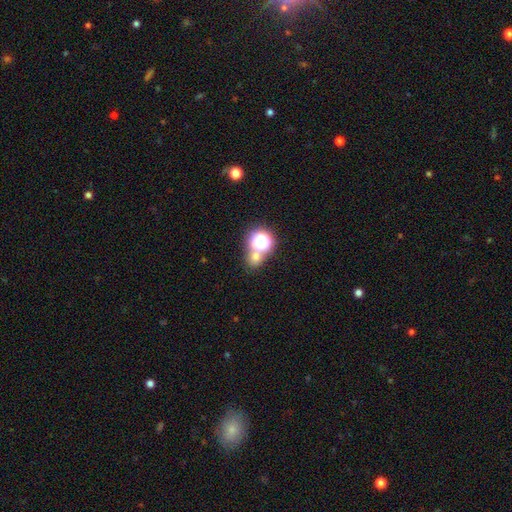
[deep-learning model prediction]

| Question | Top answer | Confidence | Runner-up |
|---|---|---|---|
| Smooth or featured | smooth | 59% | star or artifact (33%) |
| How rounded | round | 77% | in between (22%) |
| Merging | none | 58% | merger (30%) |